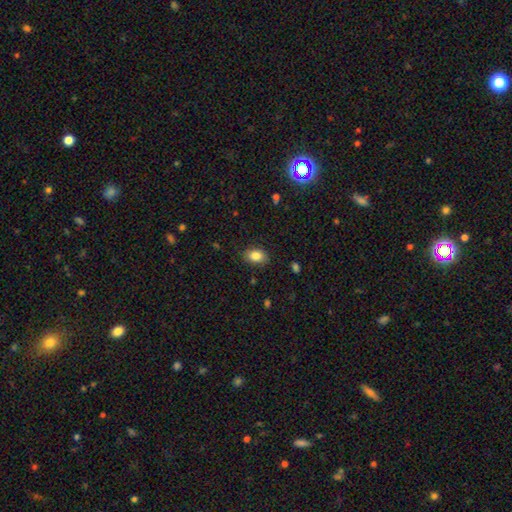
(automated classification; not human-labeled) This appears to be a smooth galaxy with no disk features (85%) that is in between round and cigar-shaped (79%). Merging: none (84%).